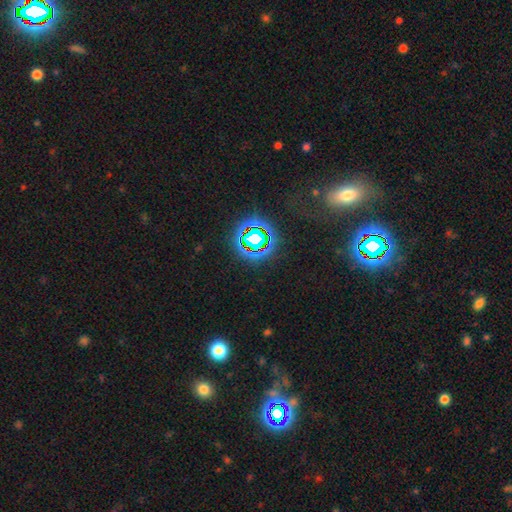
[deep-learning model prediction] The model was most divided on "smooth or featured": star or artifact: 66%, smooth: 23%, featured or disk: 12%.